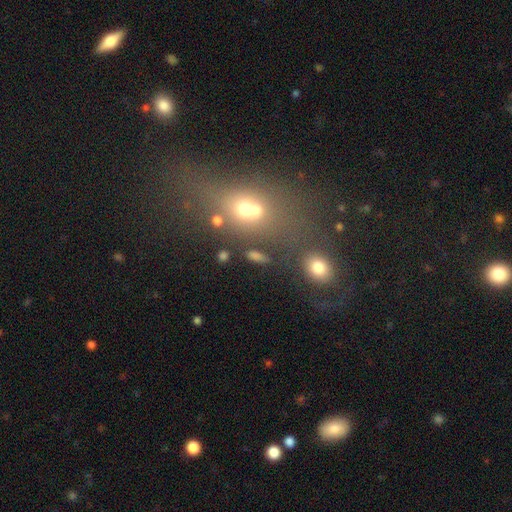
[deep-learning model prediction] A smooth galaxy with no disk features (57%) that is in between round and cigar-shaped (58%). Merging: none (44%).